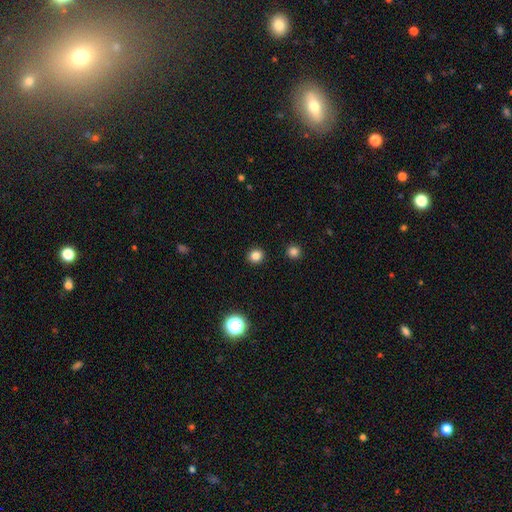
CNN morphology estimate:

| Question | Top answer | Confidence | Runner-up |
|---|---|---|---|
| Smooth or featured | smooth | 83% | star or artifact (13%) |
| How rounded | round | 85% | in between (15%) |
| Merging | none | 92% | minor disturbance (5%) |